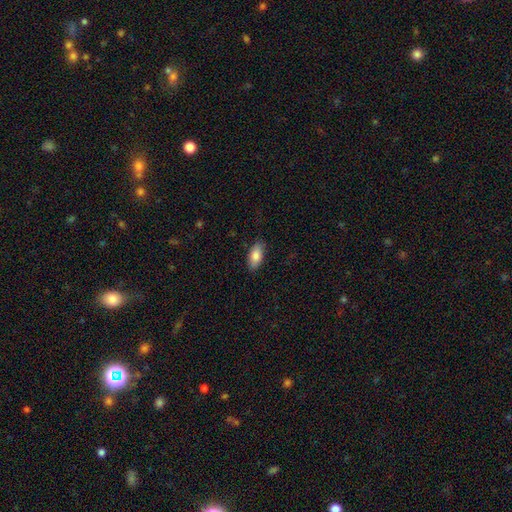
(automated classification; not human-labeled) A smooth galaxy with no disk features (84%) that is in between round and cigar-shaped (89%). Merging: none (86%).